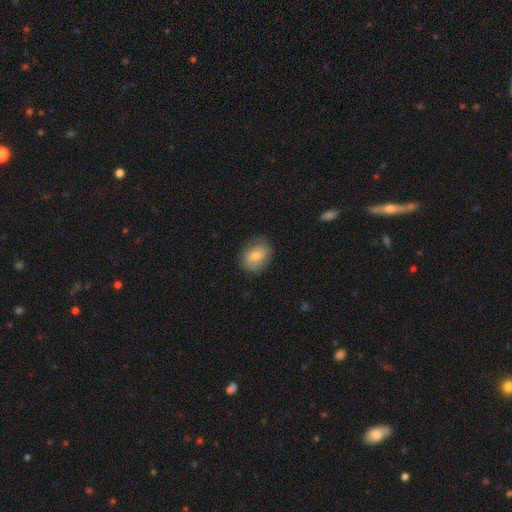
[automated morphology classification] smooth_or_featured: smooth (p=0.70) [alt: featured or disk p=0.20]
how_rounded: in between (p=0.64) [alt: round p=0.35]
merging: none (p=0.78) [alt: minor disturbance p=0.17]